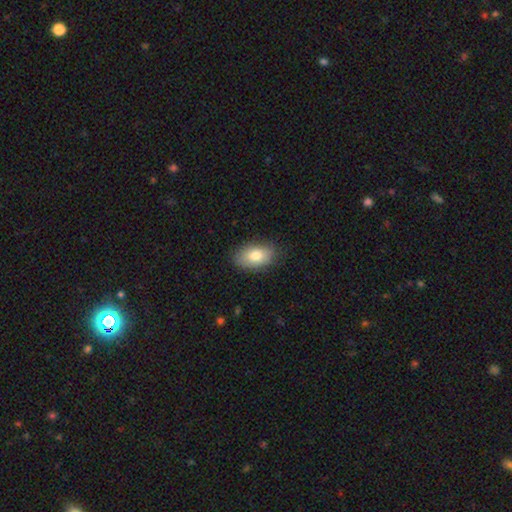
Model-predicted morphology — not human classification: A smooth galaxy with no disk features (81%) that is in between round and cigar-shaped (92%).

Vote fractions:
- Smooth or featured? smooth: 81% / featured or disk: 13% / star or artifact: 7%
- How rounded? in between: 92% / round: 6% / cigar-shaped: 2%
- Merging? none: 83% / minor disturbance: 13% / major disturbance: 3% / merger: 1%